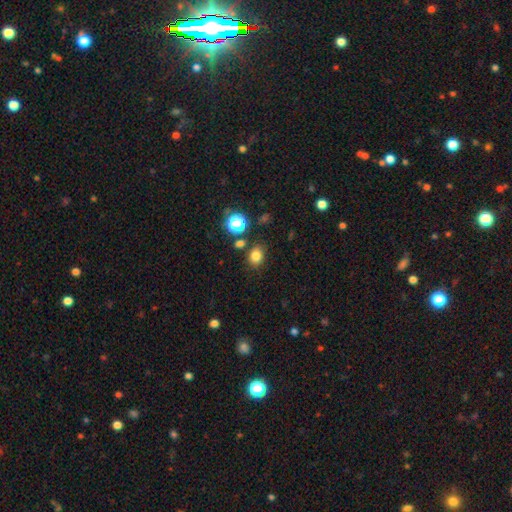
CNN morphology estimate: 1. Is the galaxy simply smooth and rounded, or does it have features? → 79% smooth, 15% star or artifact, 6% featured or disk.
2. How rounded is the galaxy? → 51% in between, 48% round, 1% cigar-shaped.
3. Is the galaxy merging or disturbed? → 80% none, 11% minor disturbance, 6% merger, 3% major disturbance.